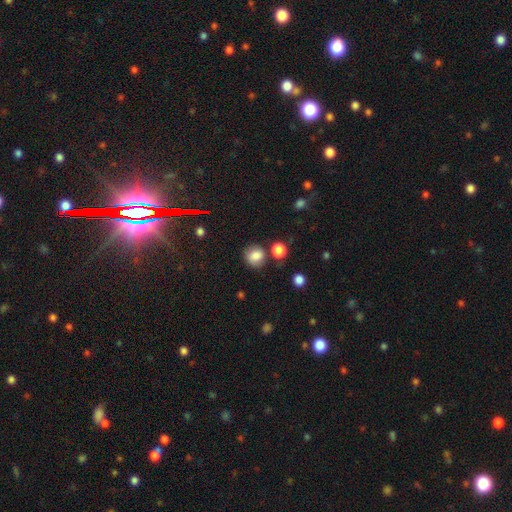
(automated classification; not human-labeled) A smooth galaxy with no disk features (82%) that is round (83%). Merging: none (73%).